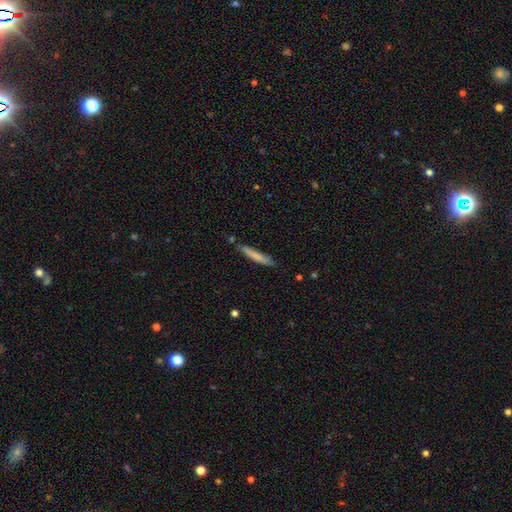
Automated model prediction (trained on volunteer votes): This appears to be a smooth galaxy with no disk features (73%) that is cigar-shaped (94%). Merging: none (79%).